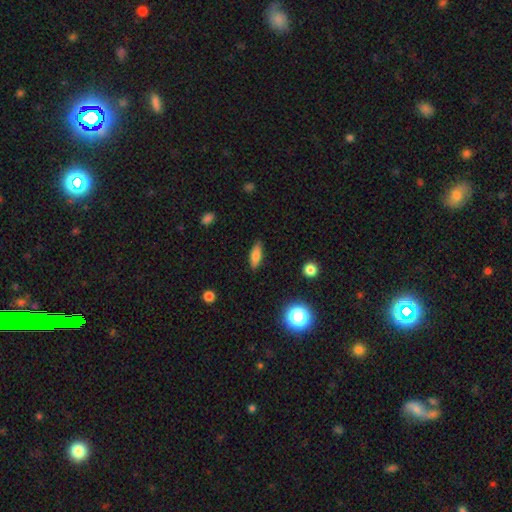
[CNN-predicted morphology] Smooth or featured: smooth — 73% (featured or disk — 19%)
How rounded: in between — 63% (cigar-shaped — 34%)
Merging: none — 86% (minor disturbance — 11%)